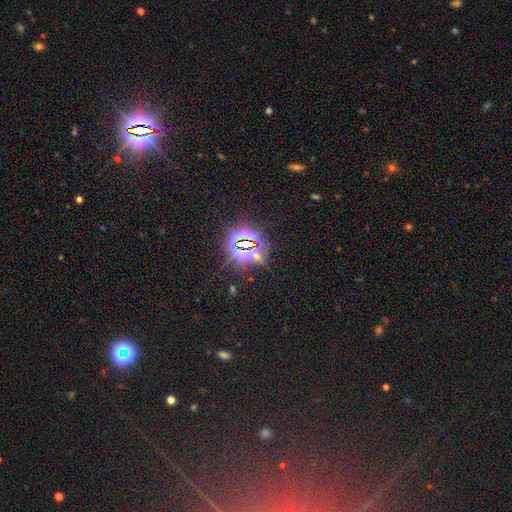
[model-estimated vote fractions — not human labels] A star or artifact, not a galaxy (82%).

Vote fractions:
- Smooth or featured? star or artifact: 82% / smooth: 11% / featured or disk: 7%